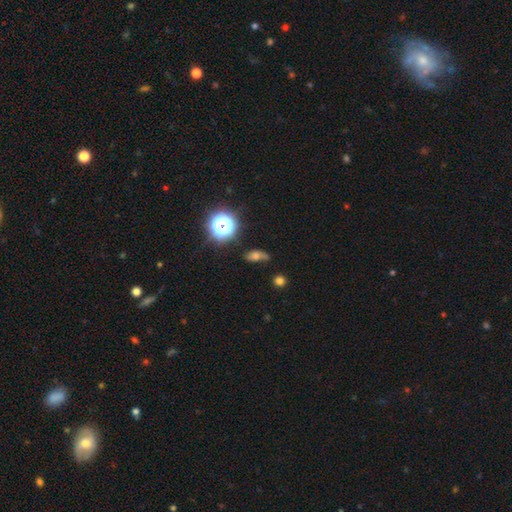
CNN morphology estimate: Smooth or featured?
  - smooth: 57% *
  - star or artifact: 23%
  - featured or disk: 20%
How rounded?
  - in between: 65% *
  - round: 23%
  - cigar-shaped: 12%
Merging?
  - none: 58% *
  - minor disturbance: 24%
  - major disturbance: 12%
  - merger: 6%